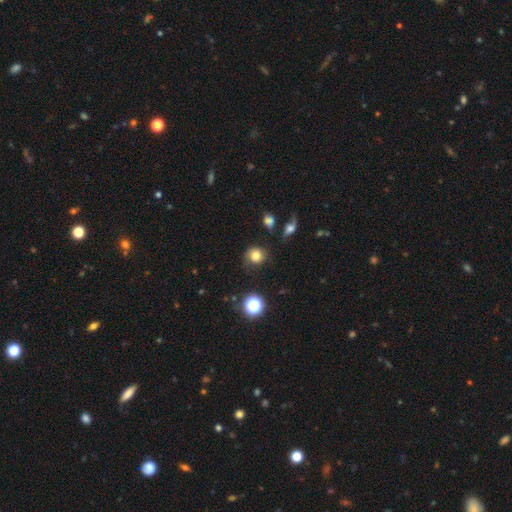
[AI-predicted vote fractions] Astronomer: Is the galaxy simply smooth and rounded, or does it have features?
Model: smooth — 77%.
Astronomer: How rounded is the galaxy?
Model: round — 84%.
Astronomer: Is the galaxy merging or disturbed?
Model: none — 72%.